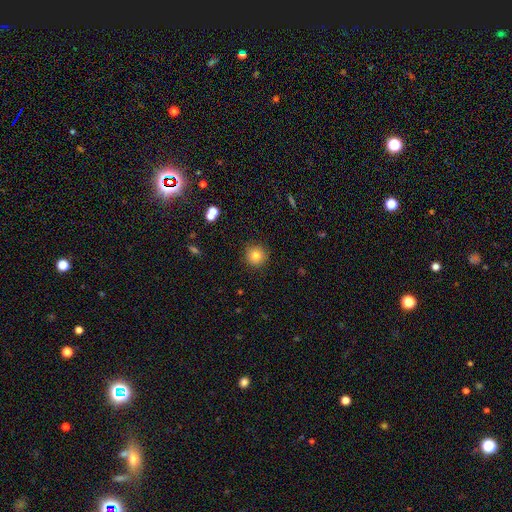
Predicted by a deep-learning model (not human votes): Morphology: type=smooth (80%); roundness=round (94%); merging=none (90%).